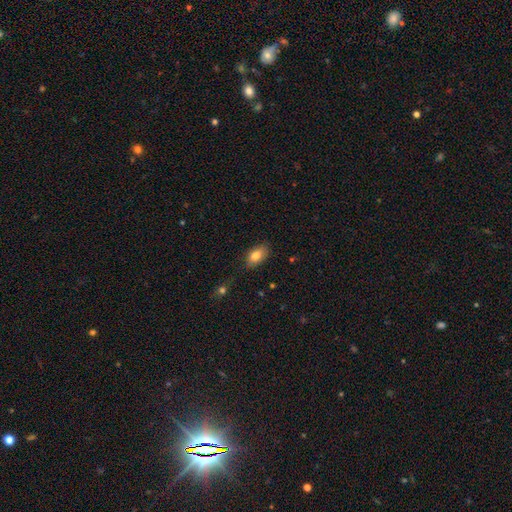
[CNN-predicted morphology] The model was most divided on "merging": none: 80%, minor disturbance: 15%, major disturbance: 3%, merger: 2%. More confident: how rounded — in between (90%); smooth or featured — smooth (81%).